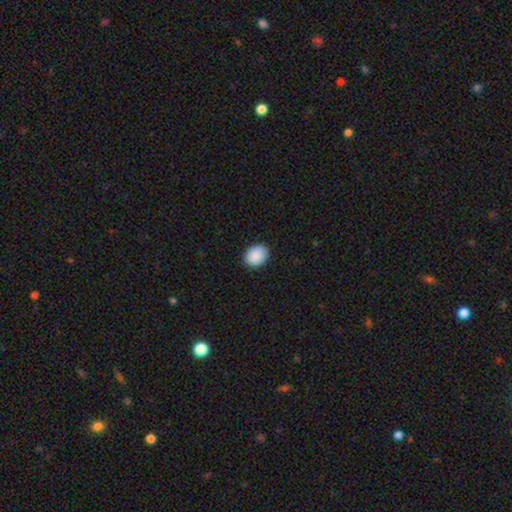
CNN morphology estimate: smooth-or-featured: smooth: 90% | star or artifact: 7% | featured or disk: 2%
  how-rounded: in between: 51% | round: 48% | cigar-shaped: 1%
  merging: none: 89% | minor disturbance: 9% | major disturbance: 2% | merger: 1%